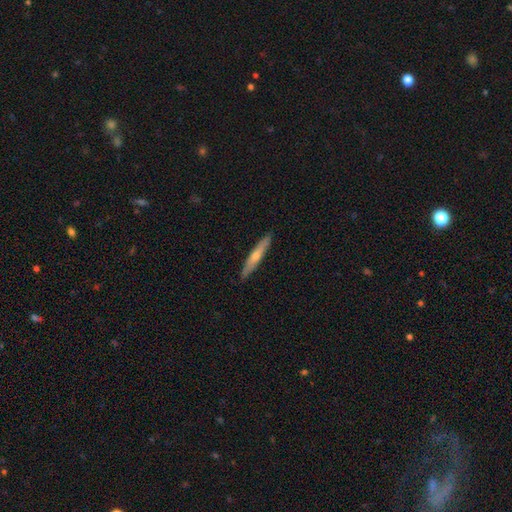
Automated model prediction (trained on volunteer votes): featured or disk 59%, smooth 35%, star or artifact 6%. Down the decision tree: edge-on disk — yes (92%); edge-on bulge — rounded (82%); merging — none (90%).